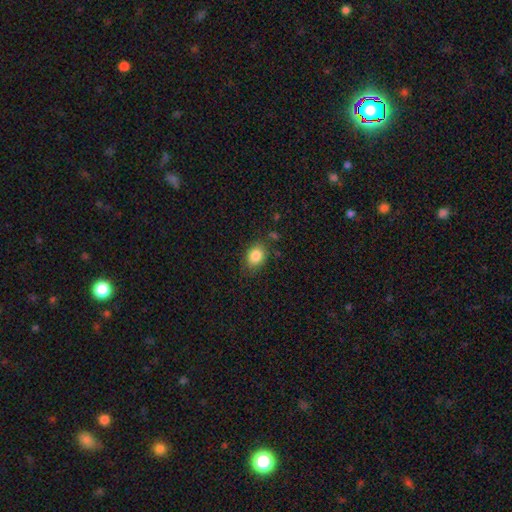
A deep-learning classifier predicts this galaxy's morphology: This appears to be a smooth galaxy with no disk features (85%) that is in between round and cigar-shaped (59%). Merging: none (78%).